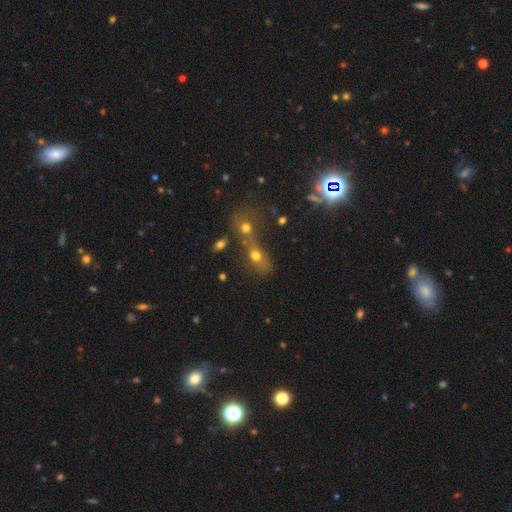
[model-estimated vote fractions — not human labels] A smooth galaxy with no disk features (67%) that is in between round and cigar-shaped (55%).

Vote fractions:
- Smooth or featured? smooth: 67% / star or artifact: 16% / featured or disk: 16%
- How rounded? in between: 55% / round: 39% / cigar-shaped: 6%
- Merging? merger: 57% / none: 24% / major disturbance: 9% / minor disturbance: 9%